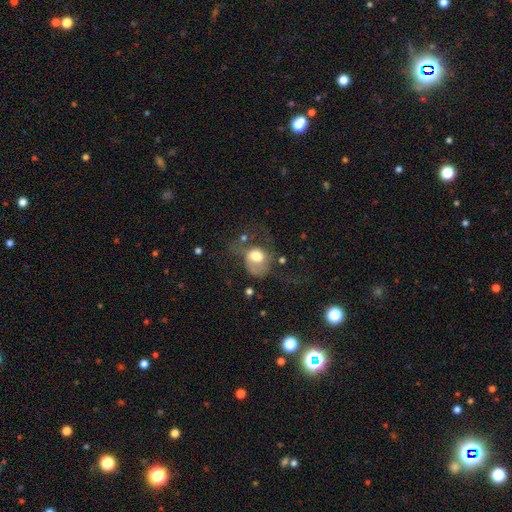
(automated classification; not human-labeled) Smooth or featured? smooth (54%)
How rounded? round (58%)
Merging? major disturbance (51%)